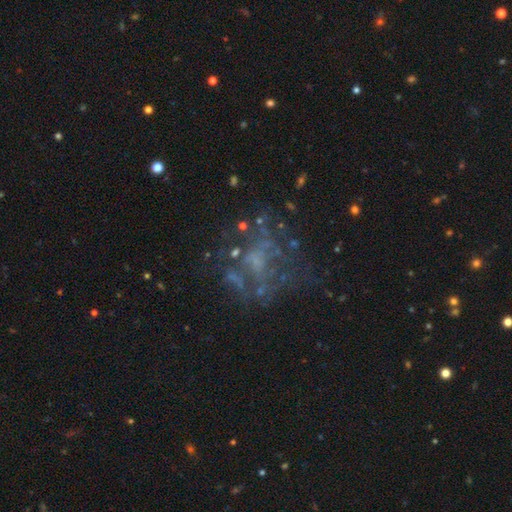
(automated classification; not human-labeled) This appears to be a featured or disk galaxy (54%) with no bar (82%), no spiral arms (80%) and no central bulge (60%). Merging: none (55%).